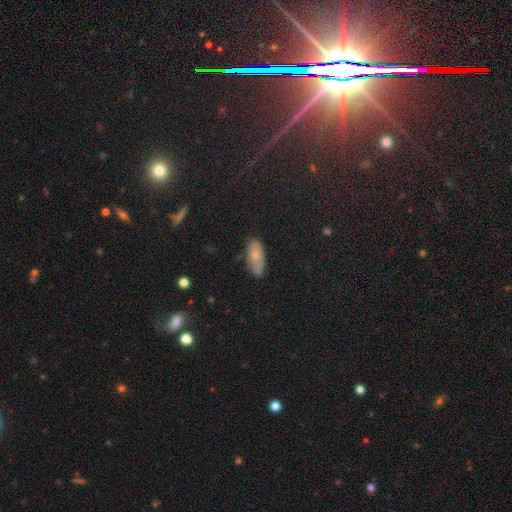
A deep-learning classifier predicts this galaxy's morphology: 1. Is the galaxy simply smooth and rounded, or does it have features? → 66% smooth, 21% featured or disk, 13% star or artifact.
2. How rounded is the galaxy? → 86% in between, 11% cigar-shaped, 3% round.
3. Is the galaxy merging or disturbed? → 71% none, 22% minor disturbance, 5% major disturbance, 2% merger.